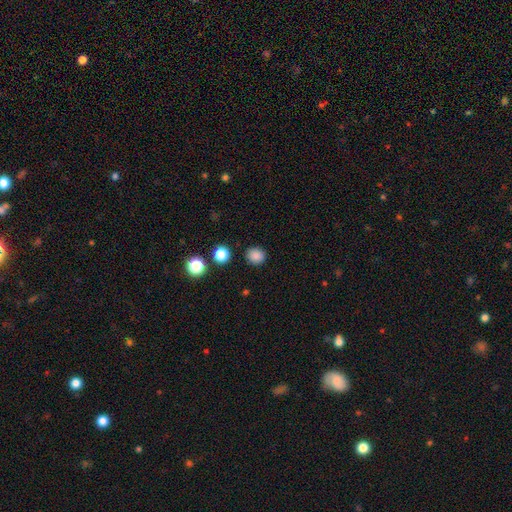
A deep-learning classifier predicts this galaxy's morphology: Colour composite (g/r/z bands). It shows a smooth galaxy with no disk features (85%) that is round (79%). Merging: none (88%).